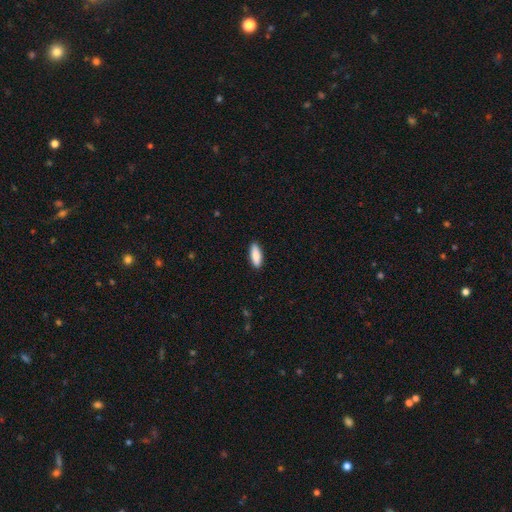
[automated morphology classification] The model was most divided on "how rounded": in between: 71%, cigar-shaped: 27%, round: 2%. More confident: merging — none (89%); smooth or featured — smooth (85%).